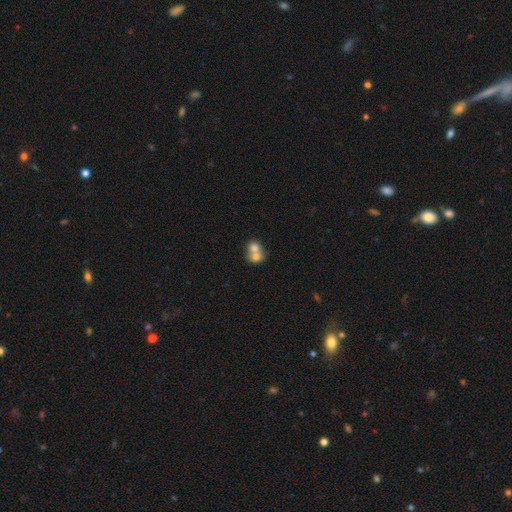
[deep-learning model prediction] Overall: smooth (70%). How rounded: round (65%; in between 33%). Merging: merger (74%).